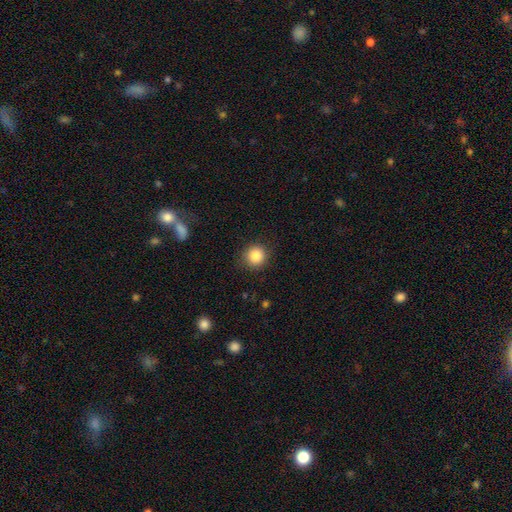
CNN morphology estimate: Overall: smooth (86%). How rounded: round (92%). Merging: none (88%).